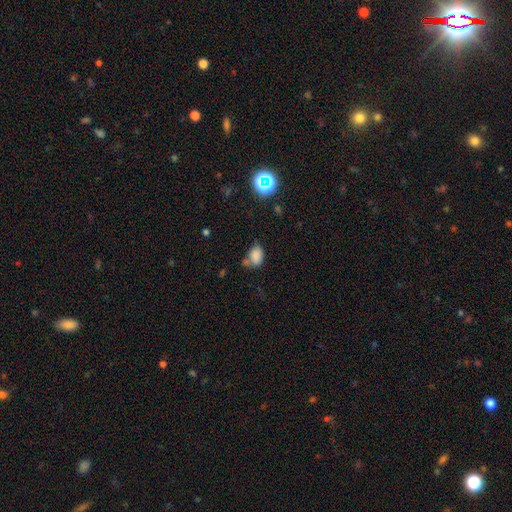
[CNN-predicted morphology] Overall: smooth (79%). How rounded: in between (76%). Merging: none (46%; minor disturbance 29%).